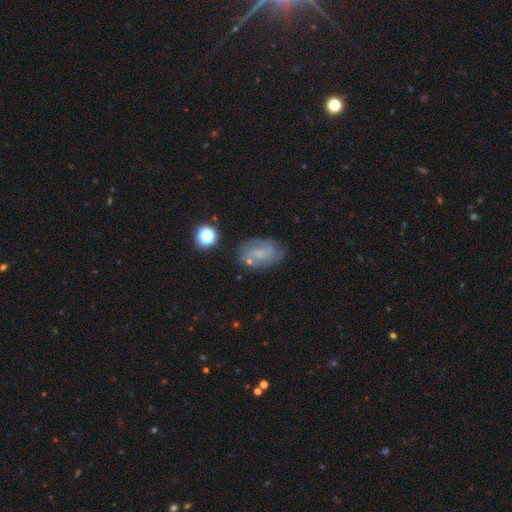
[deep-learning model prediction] Morphology: type=featured or disk (50%); merging=none (64%).